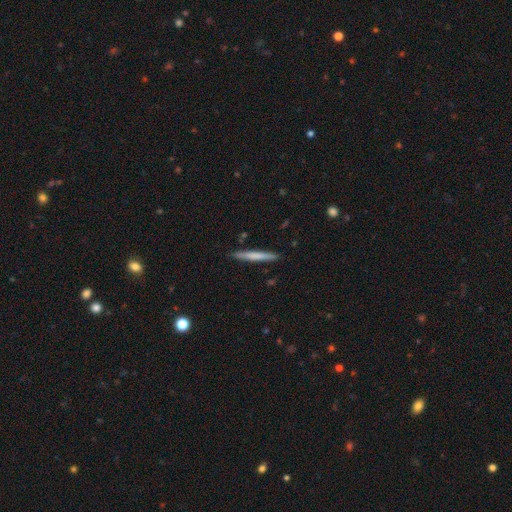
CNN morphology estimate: A smooth galaxy with no disk features (67%) that is cigar-shaped (96%). Merging: none (89%).